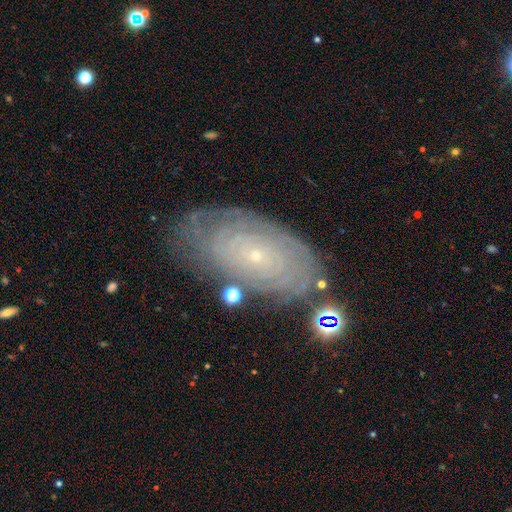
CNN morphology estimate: A featured or disk galaxy (74%) with no bar (86%), tight (87%) spiral arms (85%) and a small central bulge (90%).

Vote fractions:
- Smooth or featured? featured or disk: 74% / smooth: 17% / star or artifact: 9%
- Edge-on disk? no: 93% / yes: 7%
- Bar? no: 86% / weak: 11% / strong: 3%
- Spiral arms? yes: 85% / no: 15%
- Spiral winding? tight: 87% / medium: 10% / loose: 3%
- Spiral arm count? can't tell: 56% / more than 4: 11% / 4: 10% / 2: 9% / 3: 8% / 1: 5%
- Bulge size? small: 90% / moderate: 6% / none: 1% / large: 1% / dominant: 1%
- Merging? none: 75% / minor disturbance: 16% / major disturbance: 5% / merger: 3%